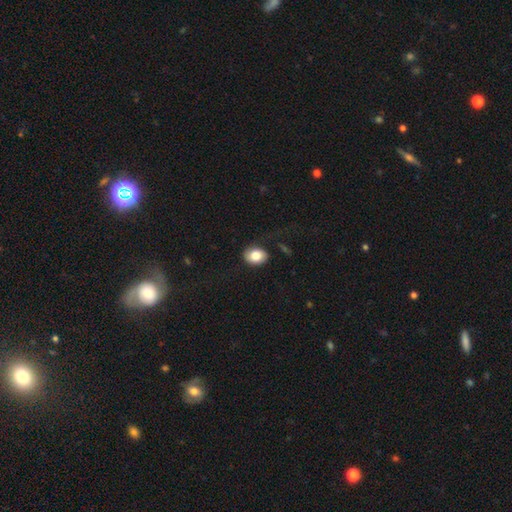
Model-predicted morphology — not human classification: Q: Smooth or featured?
A: smooth (81%); runner-up: featured or disk (11%)
Q: How rounded?
A: in between (62%); runner-up: round (37%)
Q: Merging?
A: none (75%); runner-up: minor disturbance (16%)